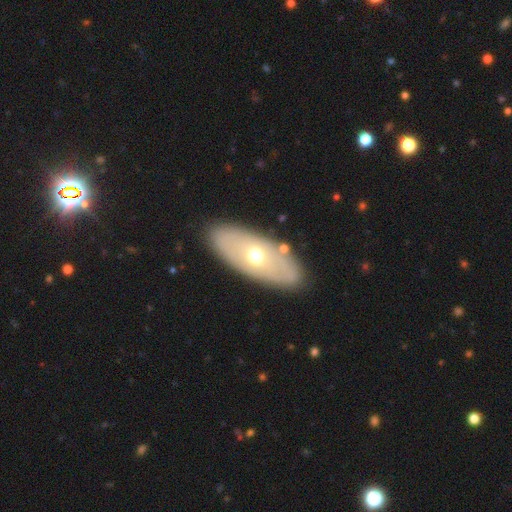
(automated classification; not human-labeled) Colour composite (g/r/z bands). It shows a featured or disk galaxy (51%). Merging: none (85%).